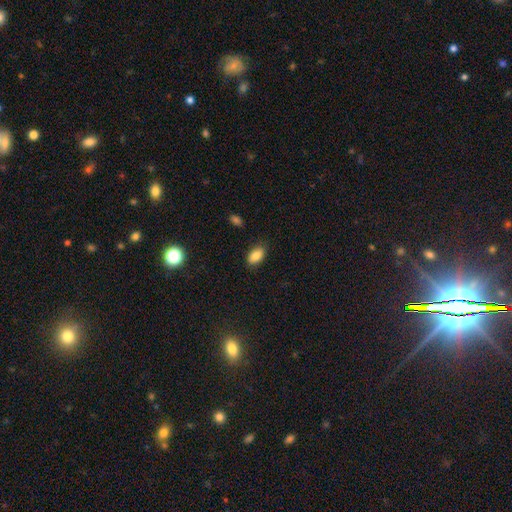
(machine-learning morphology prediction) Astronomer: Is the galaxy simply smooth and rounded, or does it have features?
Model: smooth — 86%.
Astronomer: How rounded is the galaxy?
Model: in between — 91%.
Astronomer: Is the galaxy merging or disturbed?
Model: none — 83%.